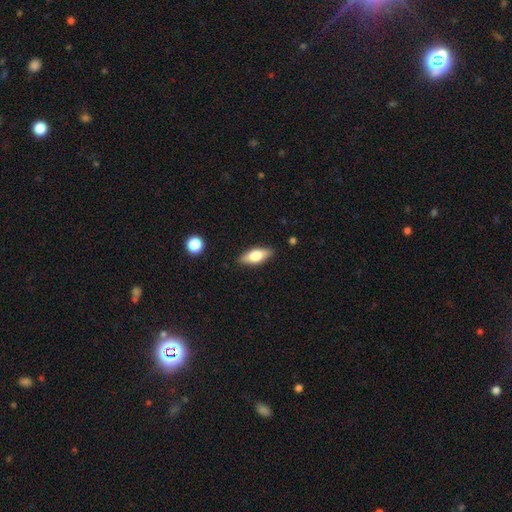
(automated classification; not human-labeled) Smooth or featured? Predicted: smooth (p=0.60). How rounded? Predicted: in between (p=0.74). Merging? Predicted: none (p=0.86).